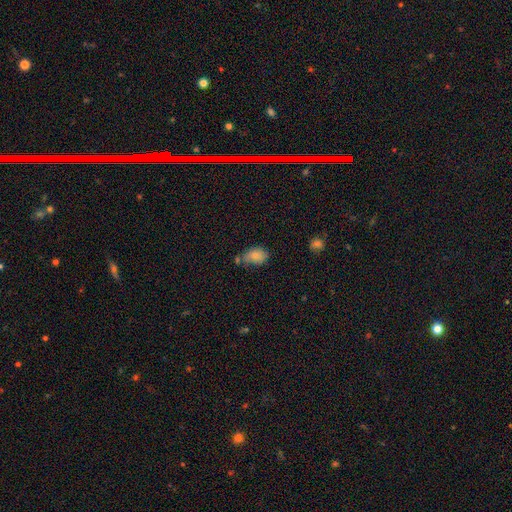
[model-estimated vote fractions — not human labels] Morphology: type=smooth (83%); roundness=in between (86%); merging=none (47%).